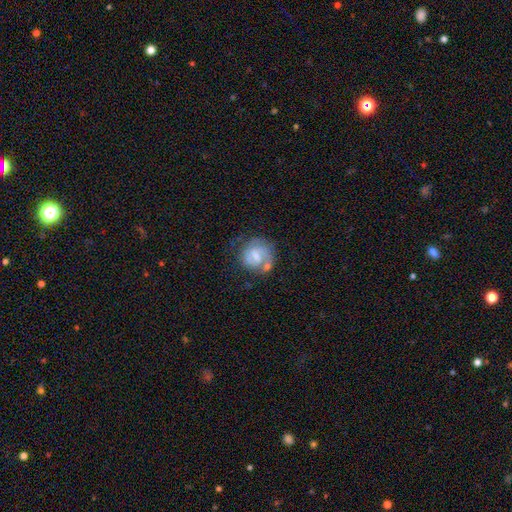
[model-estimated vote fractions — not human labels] Smooth or featured?
  - featured or disk: 65% *
  - smooth: 28%
  - star or artifact: 7%
Edge-on disk?
  - no: 98% *
  - yes: 2%
Bar?
  - weak: 57% *
  - no: 27%
  - strong: 17%
Spiral arms?
  - yes: 82% *
  - no: 18%
Spiral winding?
  - tight: 47% *
  - medium: 38%
  - loose: 15%
Spiral arm count?
  - 2: 59% *
  - can't tell: 19%
  - 1: 15%
  - 3: 4%
  - 4: 1%
  - more than 4: 1%
Bulge size?
  - small: 44% *
  - moderate: 40%
  - none: 11%
  - large: 4%
  - dominant: 1%
Merging?
  - none: 50% *
  - minor disturbance: 22%
  - merger: 14%
  - major disturbance: 14%